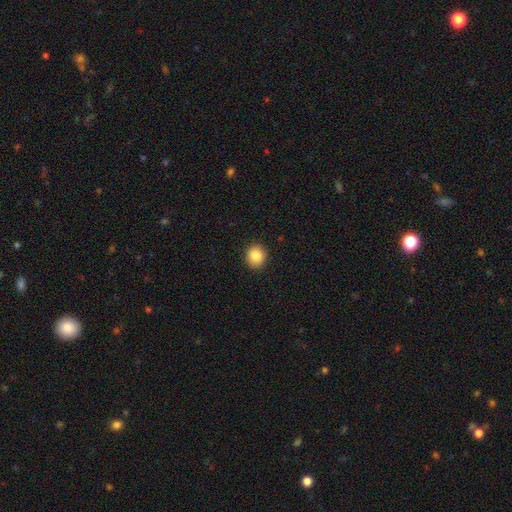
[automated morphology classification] The model was most divided on "how rounded": round: 76%, in between: 23%, cigar-shaped: 1%. More confident: merging — none (91%); smooth or featured — smooth (87%).